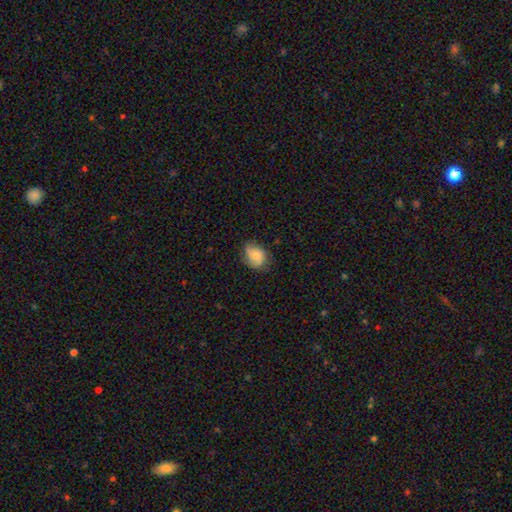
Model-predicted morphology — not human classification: The model was most divided on "how rounded": in between: 59%, round: 40%, cigar-shaped: 1%. More confident: smooth or featured — smooth (68%); merging — none (66%).